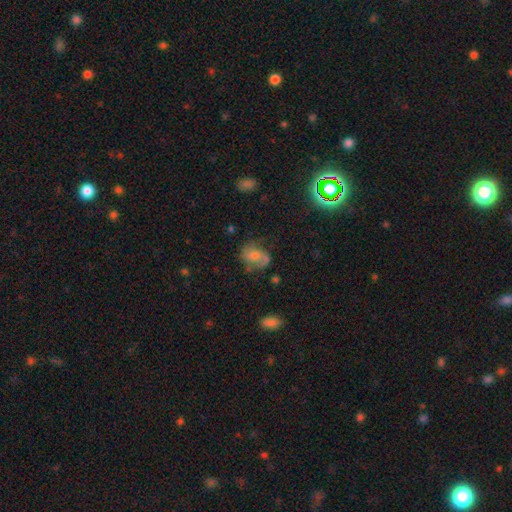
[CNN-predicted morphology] Smooth or featured? smooth (45%)
Merging? none (48%)